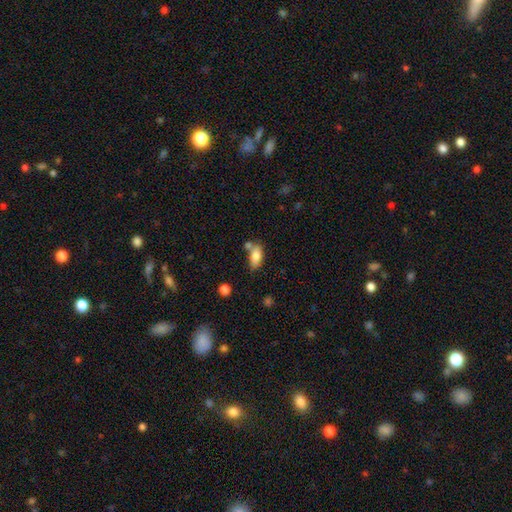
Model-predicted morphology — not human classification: type=smooth (80%); roundness=in between (88%); merging=none (49%).